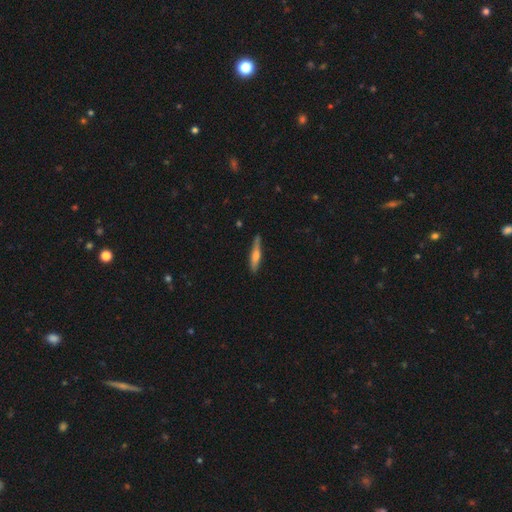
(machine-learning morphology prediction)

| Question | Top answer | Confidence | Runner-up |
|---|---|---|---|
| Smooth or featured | smooth | 55% | featured or disk (40%) |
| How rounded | cigar-shaped | 89% | in between (10%) |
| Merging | none | 81% | minor disturbance (15%) |